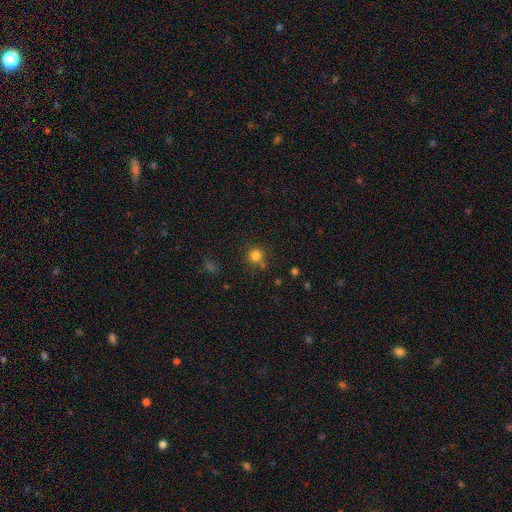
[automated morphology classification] Q: Smooth or featured?
A: smooth (80%); runner-up: star or artifact (14%)
Q: How rounded?
A: round (93%); runner-up: in between (6%)
Q: Merging?
A: none (79%); runner-up: minor disturbance (10%)